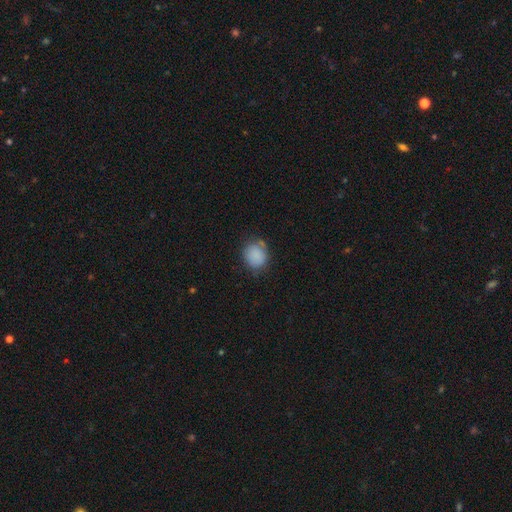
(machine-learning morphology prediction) A smooth galaxy with no disk features (86%) that is round (71%). Merging: none (69%).